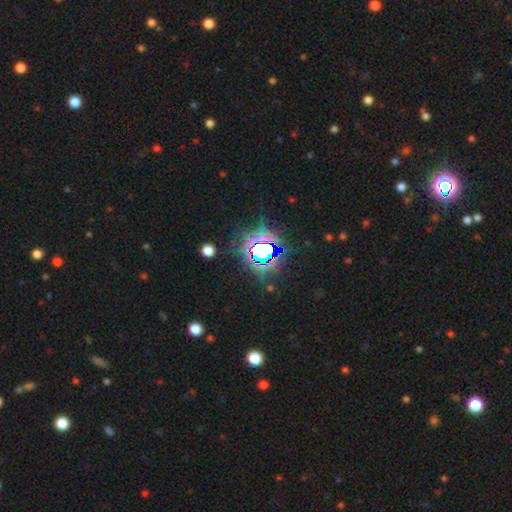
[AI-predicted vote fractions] A star or artifact, not a galaxy (78%).